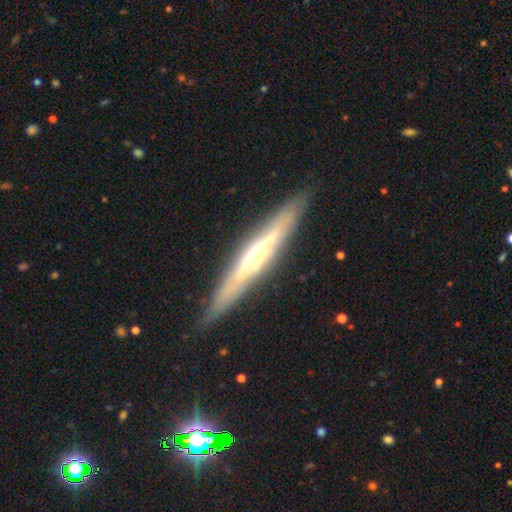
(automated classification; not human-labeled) Smooth or featured?
  - featured or disk: 77% *
  - smooth: 17%
  - star or artifact: 6%
Edge-on disk?
  - yes: 92% *
  - no: 8%
Edge-on bulge?
  - rounded: 70% *
  - none: 20%
  - boxy: 9%
Merging?
  - none: 87% *
  - minor disturbance: 10%
  - major disturbance: 2%
  - merger: 1%